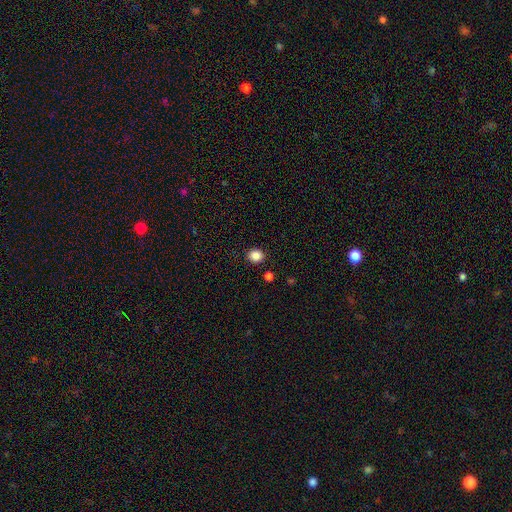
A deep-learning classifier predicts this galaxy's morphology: smooth_or_featured: smooth (p=0.86) [alt: star or artifact p=0.11]
how_rounded: round (p=0.82) [alt: in between p=0.17]
merging: none (p=0.90) [alt: minor disturbance p=0.06]